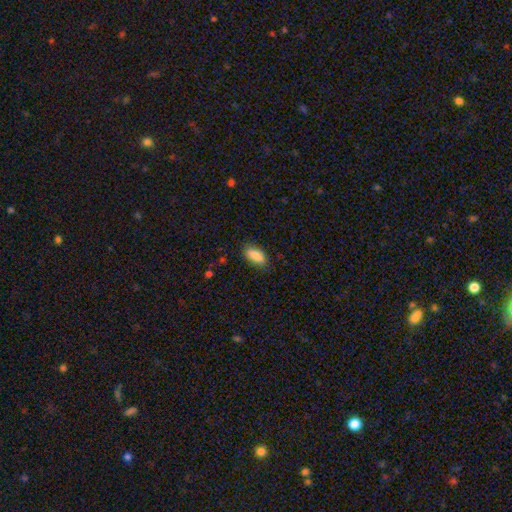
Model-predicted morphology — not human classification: This is clearly a smooth galaxy (87%). How rounded: clearly in between (88%). Merging: clearly none (83%).